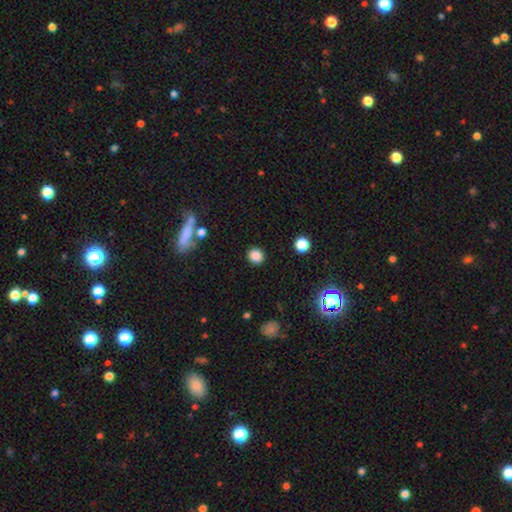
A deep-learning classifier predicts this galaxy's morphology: Overall: smooth (85%). How rounded: round (86%). Merging: none (89%).